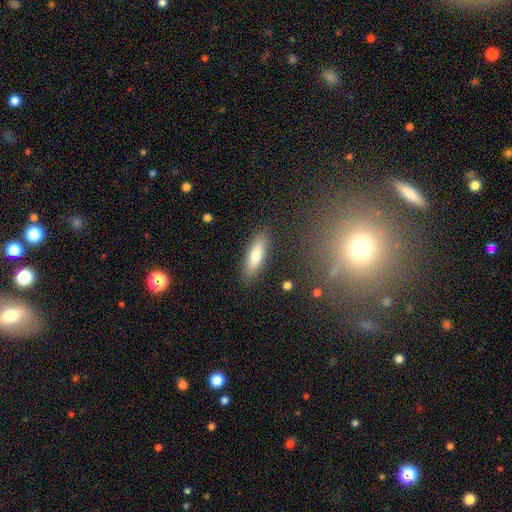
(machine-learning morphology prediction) Smooth or featured: smooth — 75% (featured or disk — 19%)
How rounded: in between — 52% (cigar-shaped — 46%)
Merging: none — 86% (minor disturbance — 10%)